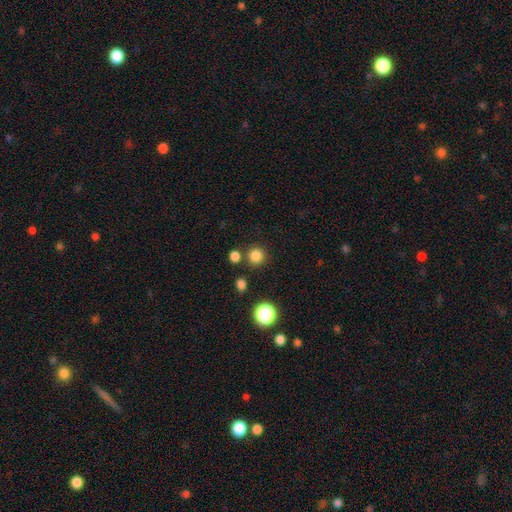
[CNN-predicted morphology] A smooth galaxy with no disk features (82%) that is round (93%). Merging: none (82%).